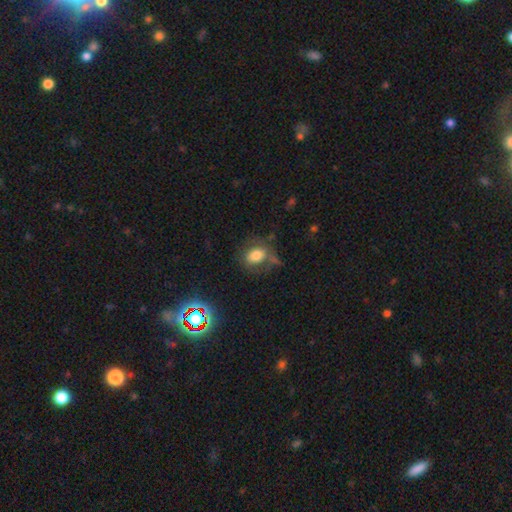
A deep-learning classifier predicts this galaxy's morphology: The model was most divided on "how rounded": in between: 59%, round: 39%, cigar-shaped: 2%. More confident: smooth or featured — smooth (71%); merging — none (52%).